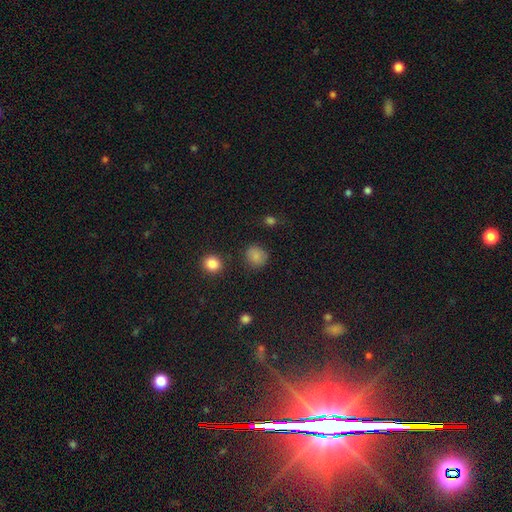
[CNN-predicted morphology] Smooth or featured? Predicted: smooth (p=0.81). How rounded? Predicted: round (p=0.84). Merging? Predicted: none (p=0.80).